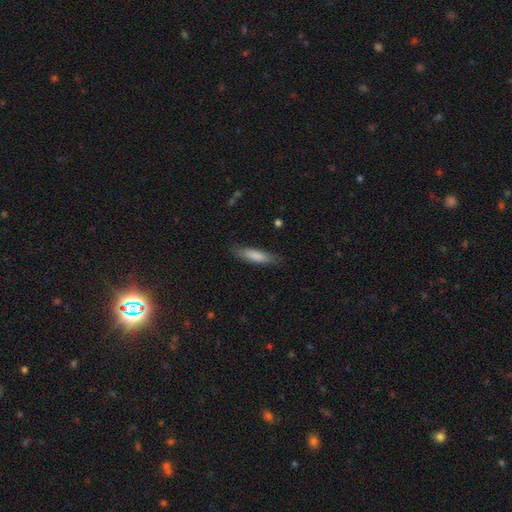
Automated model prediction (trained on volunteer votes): Smooth or featured: smooth — 81% (featured or disk — 14%)
How rounded: cigar-shaped — 72% (in between — 26%)
Merging: none — 82% (minor disturbance — 14%)